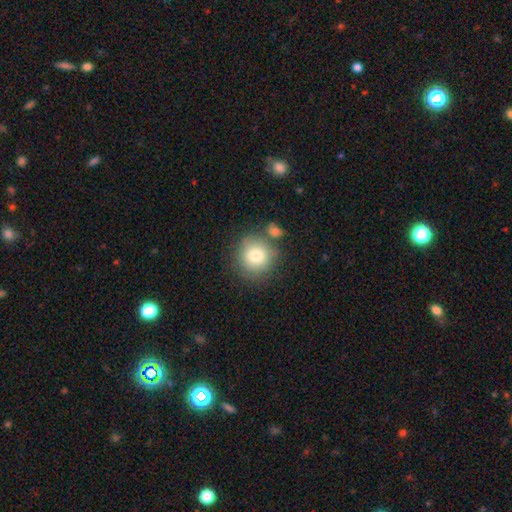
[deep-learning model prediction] smooth-or-featured: smooth: 80% | featured or disk: 11% | star or artifact: 9%
  how-rounded: round: 90% | in between: 9% | cigar-shaped: 1%
  merging: none: 69% | merger: 13% | minor disturbance: 13% | major disturbance: 5%